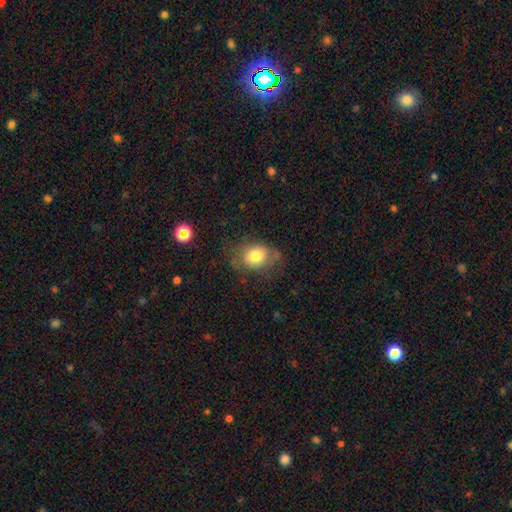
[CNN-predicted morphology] Q: Smooth or featured?
A: smooth (75%); runner-up: featured or disk (16%)
Q: How rounded?
A: in between (61%); runner-up: round (37%)
Q: Merging?
A: none (59%); runner-up: minor disturbance (27%)